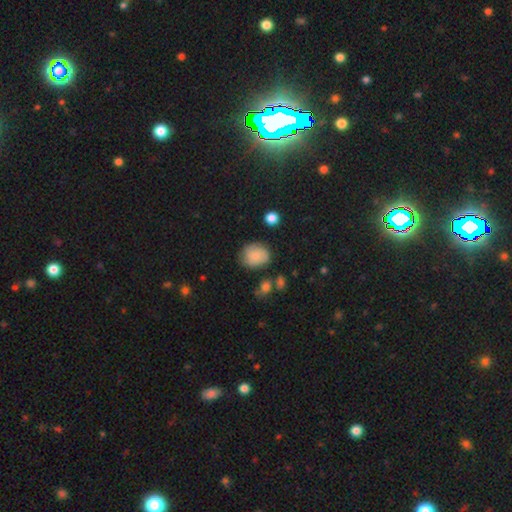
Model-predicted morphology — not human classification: Q: Smooth or featured?
A: smooth (65%); runner-up: featured or disk (26%)
Q: How rounded?
A: round (58%); runner-up: in between (41%)
Q: Merging?
A: none (68%); runner-up: minor disturbance (22%)